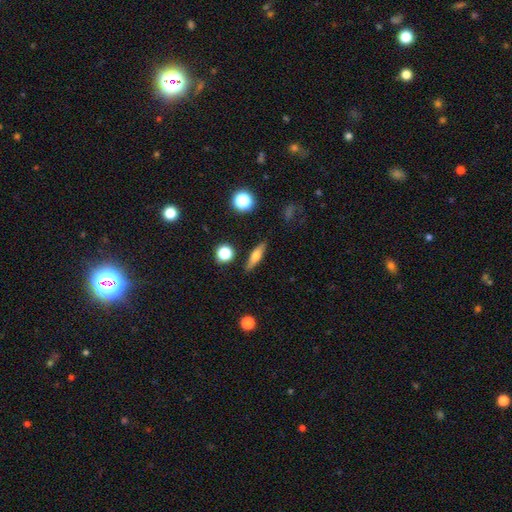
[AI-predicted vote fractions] A smooth galaxy with no disk features (54%) that is cigar-shaped (66%).

Vote fractions:
- Smooth or featured? smooth: 54% / featured or disk: 37% / star or artifact: 9%
- How rounded? cigar-shaped: 66% / in between: 27% / round: 7%
- Merging? none: 87% / minor disturbance: 9% / major disturbance: 2% / merger: 2%